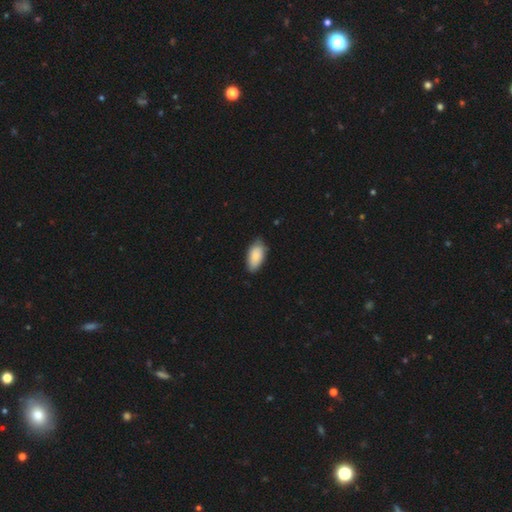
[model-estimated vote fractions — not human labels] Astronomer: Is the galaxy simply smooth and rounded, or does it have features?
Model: smooth — 86%.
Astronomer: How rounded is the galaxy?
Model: in between — 94%.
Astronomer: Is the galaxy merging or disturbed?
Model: none — 73%.